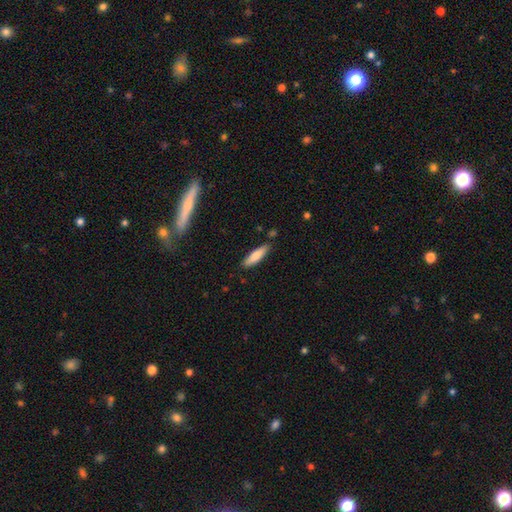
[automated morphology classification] This is likely a smooth galaxy (78%). How rounded: likely cigar-shaped (67%). Merging: clearly none (83%).